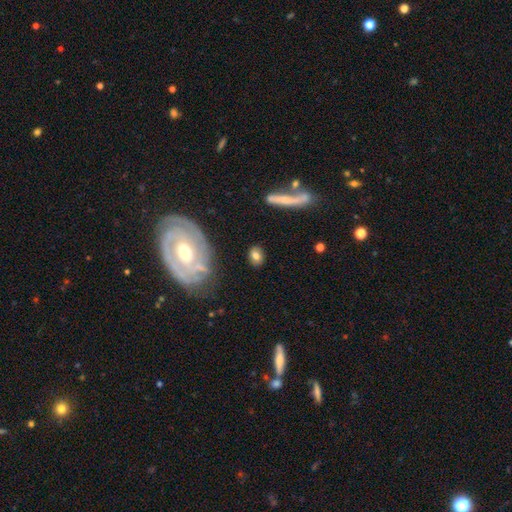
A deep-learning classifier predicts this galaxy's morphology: type=smooth (75%); roundness=in between (67%); merging=none (80%).